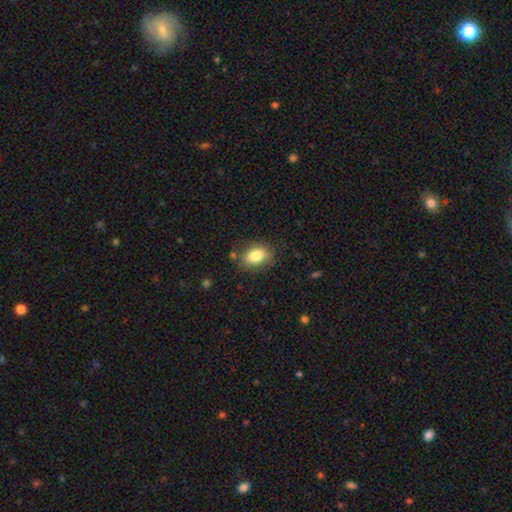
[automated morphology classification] Smooth or featured? smooth (83%)
How rounded? in between (80%)
Merging? none (80%)